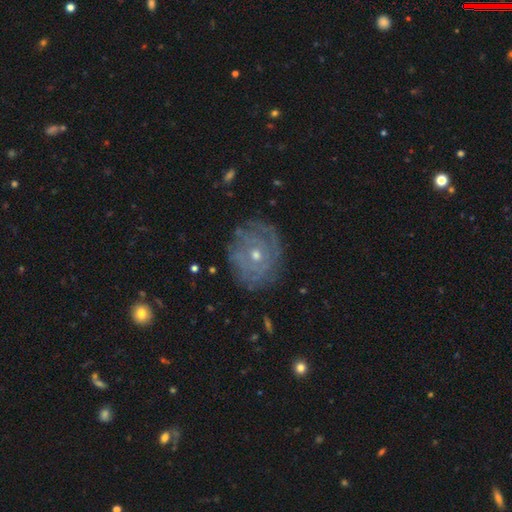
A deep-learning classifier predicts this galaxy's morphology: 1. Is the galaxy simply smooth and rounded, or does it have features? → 75% featured or disk, 16% smooth, 8% star or artifact.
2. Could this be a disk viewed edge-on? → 97% no, 3% yes.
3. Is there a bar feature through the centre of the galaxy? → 81% no, 16% weak, 3% strong.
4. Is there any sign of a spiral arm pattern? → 79% yes, 21% no.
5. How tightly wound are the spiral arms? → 78% tight, 16% medium, 6% loose.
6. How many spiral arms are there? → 57% can't tell, 13% 2, 10% 3, 8% 4, 6% more than 4, 6% 1.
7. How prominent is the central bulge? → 49% small, 48% moderate, 2% large, 1% none, 1% dominant.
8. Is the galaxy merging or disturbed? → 77% none, 15% minor disturbance, 6% major disturbance, 1% merger.